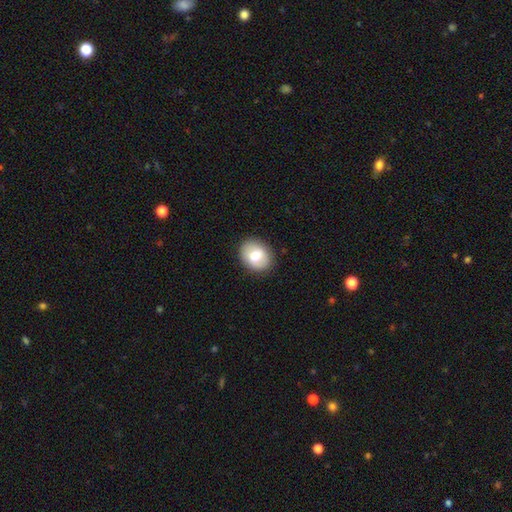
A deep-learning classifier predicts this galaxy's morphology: type=smooth (72%); roundness=round (51%); merging=none (88%).